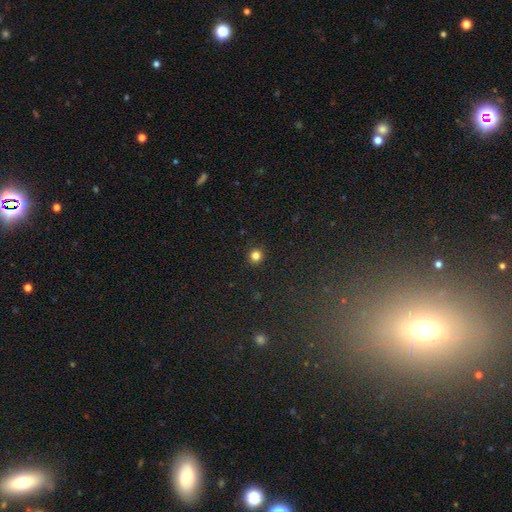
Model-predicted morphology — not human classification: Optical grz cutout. It shows a smooth galaxy with no disk features (82%) that is round (93%). Merging: none (92%).